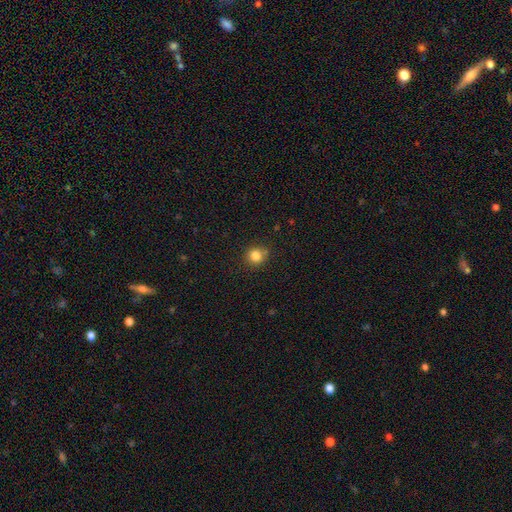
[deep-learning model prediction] A smooth galaxy with no disk features (83%) that is round (89%).

Vote fractions:
- Smooth or featured? smooth: 83% / star or artifact: 12% / featured or disk: 5%
- How rounded? round: 89% / in between: 10% / cigar-shaped: 1%
- Merging? none: 81% / minor disturbance: 11% / merger: 5% / major disturbance: 3%